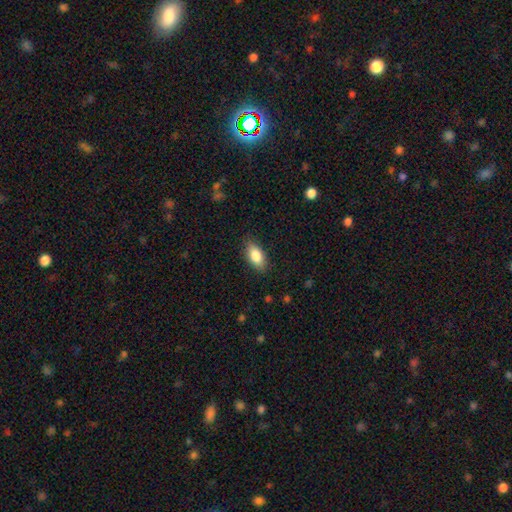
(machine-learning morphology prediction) Smooth or featured? smooth (84%)
How rounded? in between (89%)
Merging? none (85%)